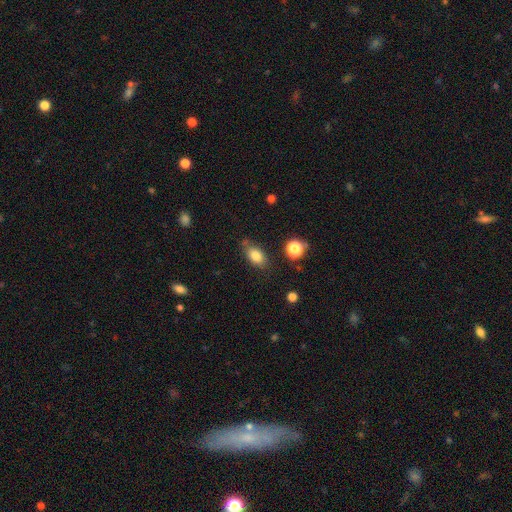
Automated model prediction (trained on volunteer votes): Smooth or featured? Predicted: smooth (p=0.82). How rounded? Predicted: in between (p=0.85). Merging? Predicted: none (p=0.73).